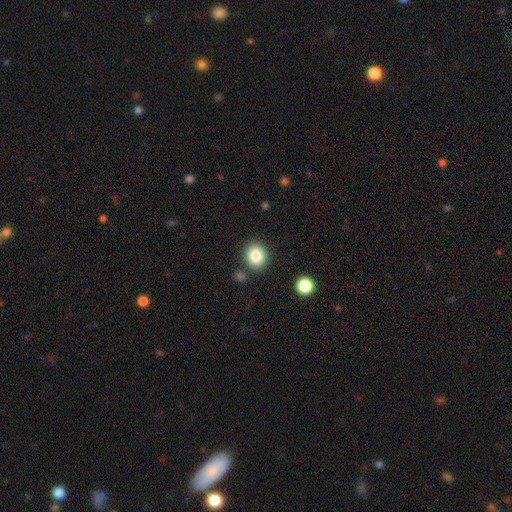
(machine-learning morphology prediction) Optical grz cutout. It shows a smooth galaxy with no disk features (84%) that is round (77%). Merging: none (84%).